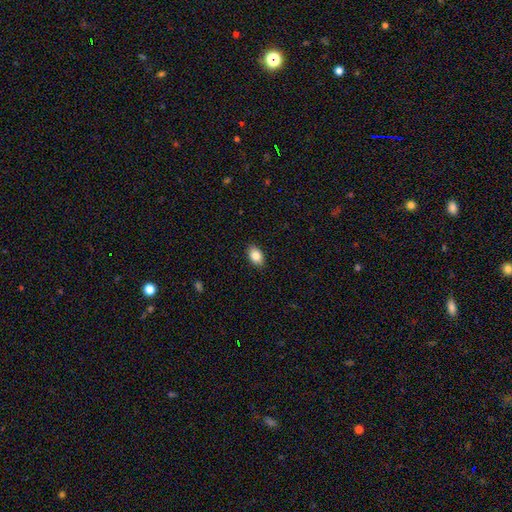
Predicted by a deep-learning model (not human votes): smooth 86%, star or artifact 8%, featured or disk 7%. Down the decision tree: how rounded — in between (87%); merging — none (89%).